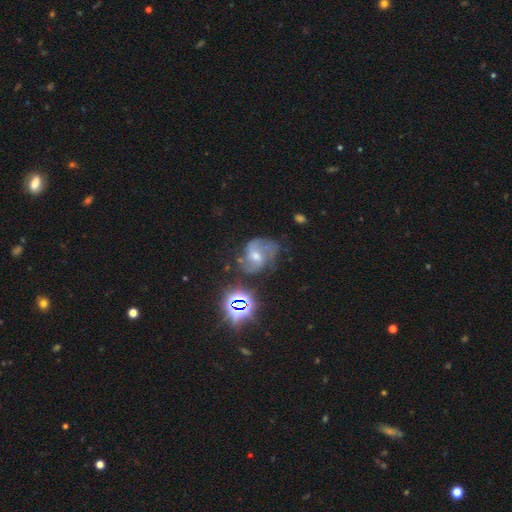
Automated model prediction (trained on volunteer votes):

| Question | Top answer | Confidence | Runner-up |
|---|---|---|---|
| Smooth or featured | featured or disk | 71% | star or artifact (18%) |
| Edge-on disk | no | 97% | yes (3%) |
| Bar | weak | 49% | no (36%) |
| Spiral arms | yes | 93% | no (7%) |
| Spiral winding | medium | 49% | loose (33%) |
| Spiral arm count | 2 | 68% | can't tell (13%) |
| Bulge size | moderate | 54% | small (39%) |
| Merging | none | 59% | minor disturbance (22%) |